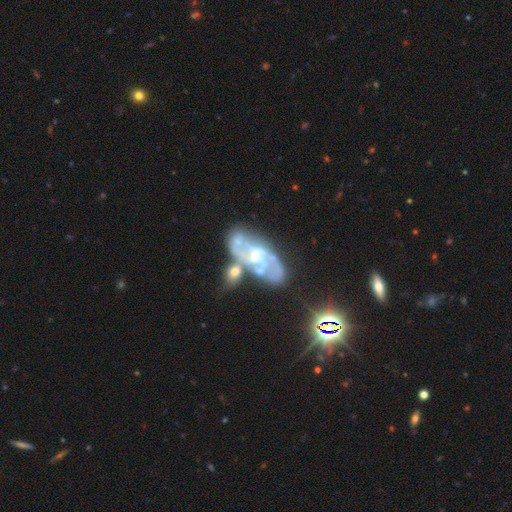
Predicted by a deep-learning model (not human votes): smooth-or-featured: featured or disk: 84% | star or artifact: 8% | smooth: 8%
  disk-edge-on: no: 95% | yes: 5%
    bar: no: 45% | weak: 42% | strong: 13%
    has-spiral-arms: yes: 93% | no: 7%
      spiral-winding: medium: 49% | tight: 32% | loose: 18%
      spiral-arm-count: 2: 59% | can't tell: 19% | 3: 12% | 4: 4% | 1: 3% | more than 4: 3%
    bulge-size: small: 67% | moderate: 27% | none: 4% | large: 1% | dominant: 1%
  merging: none: 48% | merger: 23% | minor disturbance: 18% | major disturbance: 10%